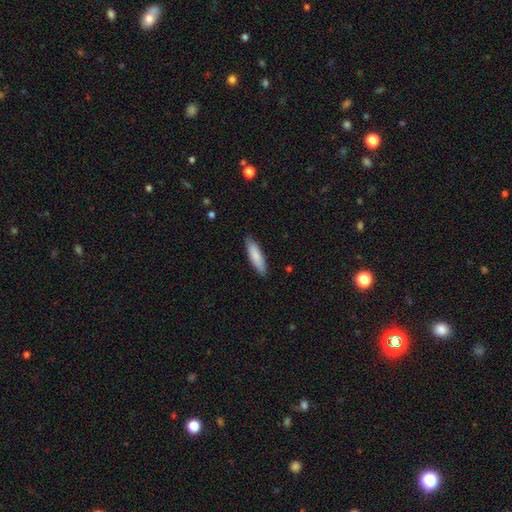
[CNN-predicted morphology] Smooth or featured? Predicted: smooth (p=0.83). How rounded? Predicted: cigar-shaped (p=0.68). Merging? Predicted: none (p=0.87).